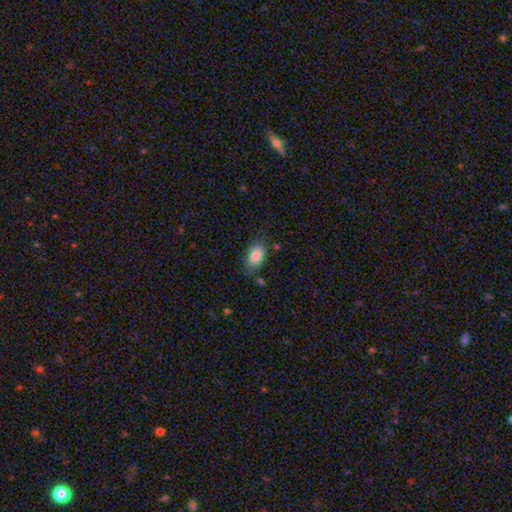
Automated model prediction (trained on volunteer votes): Morphology: type=smooth (85%); roundness=in between (90%); merging=none (73%).